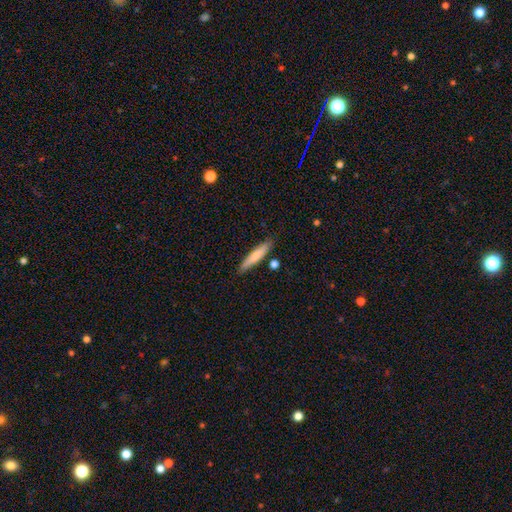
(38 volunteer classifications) A smooth galaxy with no disk features (76%) that is cigar-shaped (79%).

Vote fractions:
- Smooth or featured? smooth: 76% / featured or disk: 21% / star or artifact: 3%
- How rounded? cigar-shaped: 79% / in between: 21% / round: 0%
- Merging? none: 89% / minor disturbance: 11% / major disturbance: 0% / merger: 0%